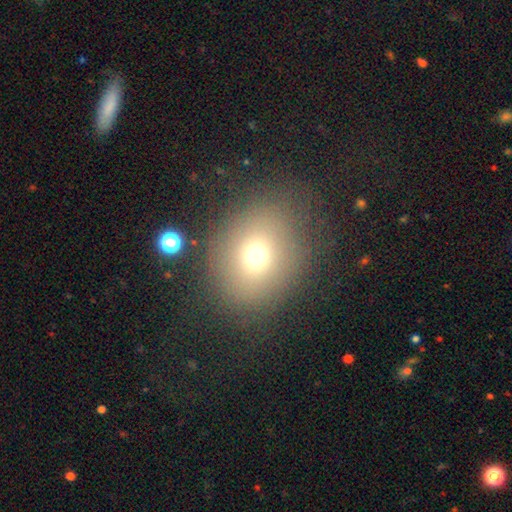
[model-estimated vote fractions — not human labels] This appears to be a smooth galaxy with no disk features (69%) that is round (62%). Merging: none (76%).